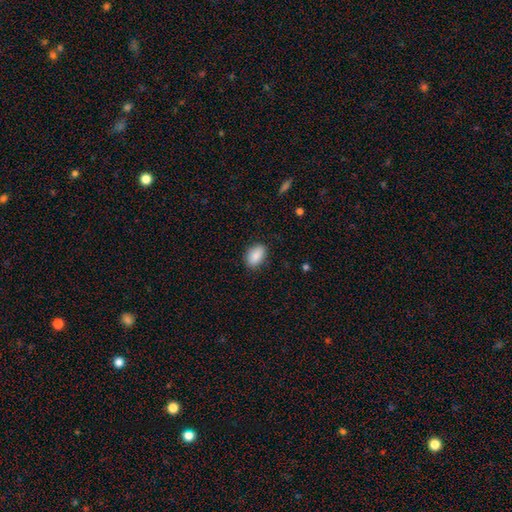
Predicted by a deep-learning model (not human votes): Morphology: type=smooth (88%); roundness=in between (89%); merging=none (85%).